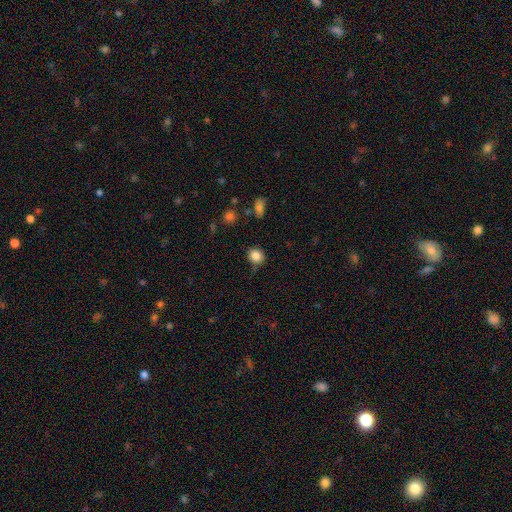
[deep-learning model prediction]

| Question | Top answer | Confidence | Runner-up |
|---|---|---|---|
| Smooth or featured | smooth | 84% | star or artifact (11%) |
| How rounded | round | 82% | in between (18%) |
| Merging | none | 78% | minor disturbance (16%) |